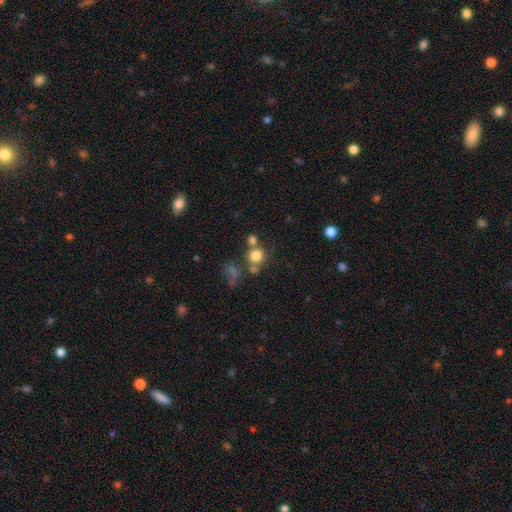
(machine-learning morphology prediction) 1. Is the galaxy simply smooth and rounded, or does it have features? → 76% smooth, 14% star or artifact, 10% featured or disk.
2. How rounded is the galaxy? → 87% round, 12% in between, 1% cigar-shaped.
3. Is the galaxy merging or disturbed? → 58% none, 27% merger, 10% minor disturbance, 6% major disturbance.